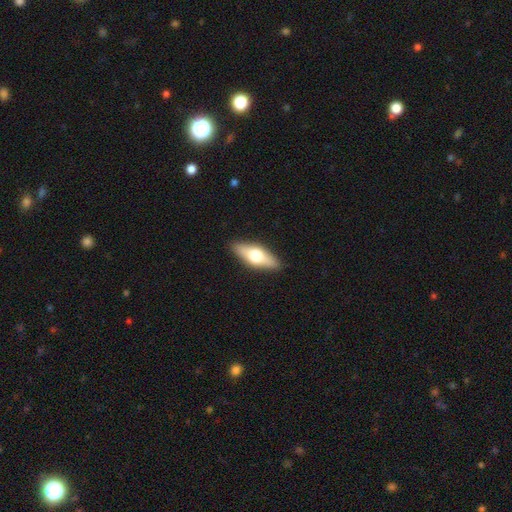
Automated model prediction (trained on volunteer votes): This appears to be a smooth galaxy with no disk features (52%) that is in between round and cigar-shaped (66%). Merging: none (88%).